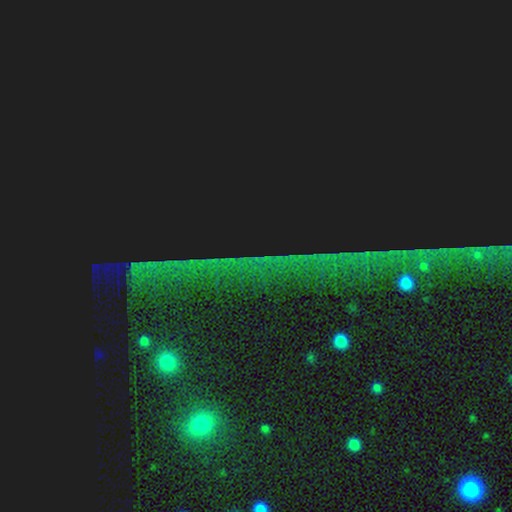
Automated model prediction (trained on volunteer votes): smooth-or-featured: star or artifact: 85% | smooth: 8% | featured or disk: 7%